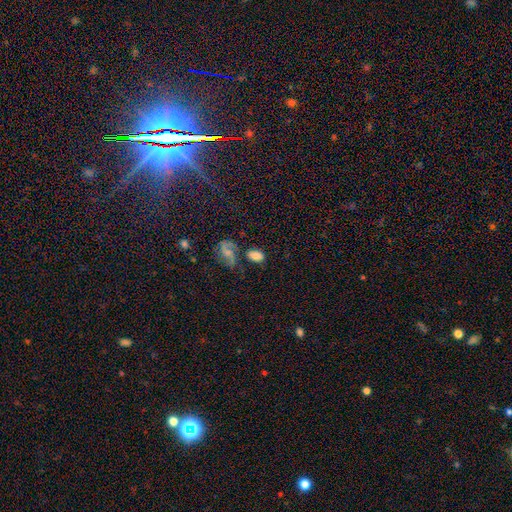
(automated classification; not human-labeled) Smooth or featured? smooth (72%)
How rounded? in between (86%)
Merging? none (54%)